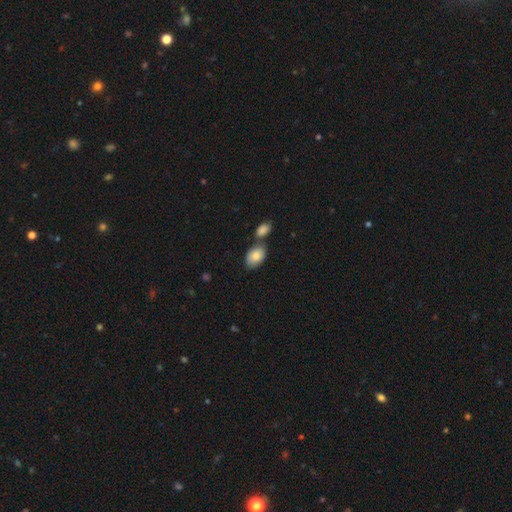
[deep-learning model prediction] smooth_or_featured: smooth (p=0.83) [alt: featured or disk p=0.10]
how_rounded: in between (p=0.90) [alt: round p=0.08]
merging: none (p=0.55) [alt: merger p=0.28]